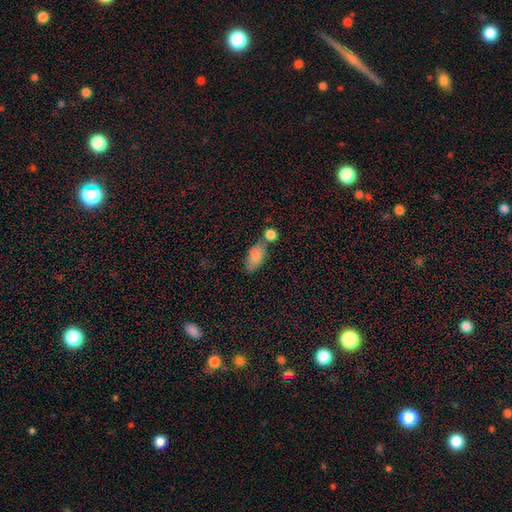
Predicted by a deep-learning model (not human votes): smooth-or-featured: smooth: 82% | featured or disk: 10% | star or artifact: 8%
  how-rounded: in between: 88% | cigar-shaped: 8% | round: 4%
  merging: none: 48% | merger: 28% | minor disturbance: 18% | major disturbance: 6%